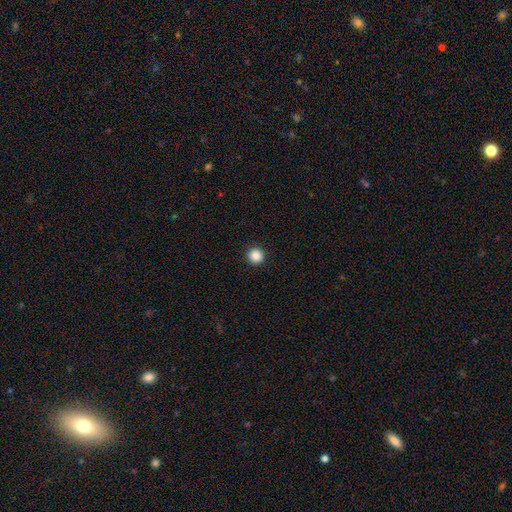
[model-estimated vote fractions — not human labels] Q: Smooth or featured?
A: smooth (88%); runner-up: star or artifact (10%)
Q: How rounded?
A: round (96%); runner-up: in between (3%)
Q: Merging?
A: none (93%); runner-up: minor disturbance (4%)